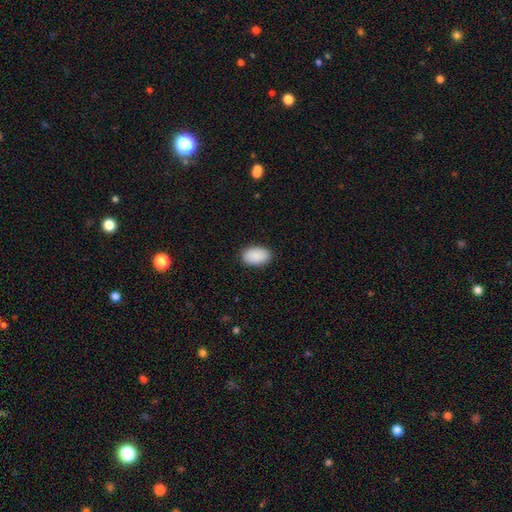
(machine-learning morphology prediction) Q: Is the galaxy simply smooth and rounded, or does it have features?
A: smooth — 91%.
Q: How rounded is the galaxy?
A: in between — 94%.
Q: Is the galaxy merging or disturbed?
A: none — 89%.